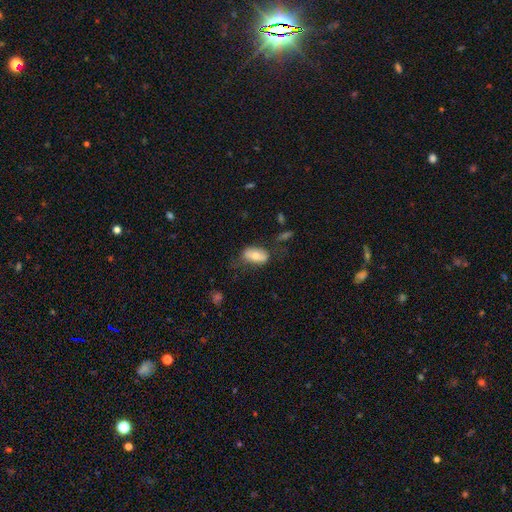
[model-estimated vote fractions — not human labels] A smooth galaxy with no disk features (65%) that is in between round and cigar-shaped (90%). Merging: none (58%).